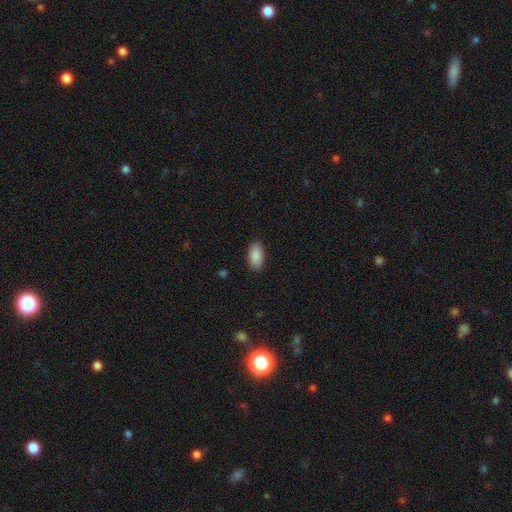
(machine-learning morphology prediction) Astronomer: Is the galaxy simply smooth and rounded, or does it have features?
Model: smooth — 89%.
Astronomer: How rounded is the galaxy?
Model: in between — 94%.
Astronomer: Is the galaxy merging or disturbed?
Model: none — 86%.